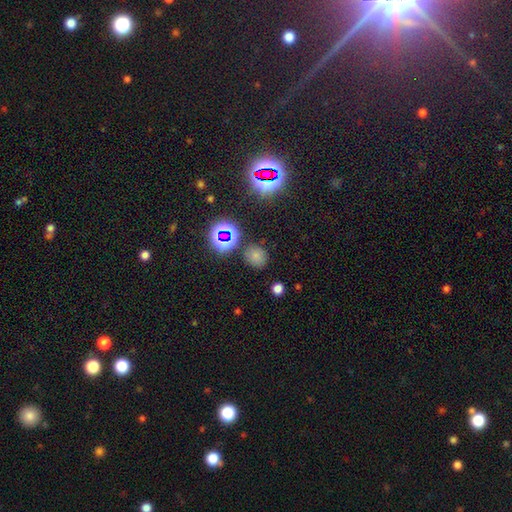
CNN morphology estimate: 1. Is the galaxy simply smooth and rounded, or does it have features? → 66% smooth, 27% star or artifact, 7% featured or disk.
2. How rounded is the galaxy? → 73% round, 26% in between, 1% cigar-shaped.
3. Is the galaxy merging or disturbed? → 80% none, 12% minor disturbance, 4% merger, 4% major disturbance.